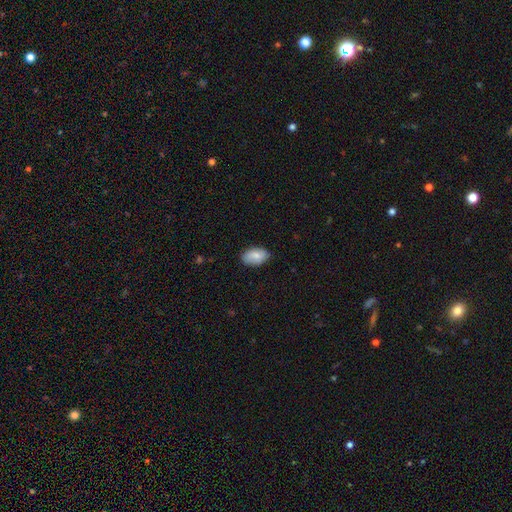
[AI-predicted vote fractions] Q: Smooth or featured?
A: smooth (78%); runner-up: featured or disk (15%)
Q: How rounded?
A: in between (92%); runner-up: round (6%)
Q: Merging?
A: none (78%); runner-up: minor disturbance (18%)